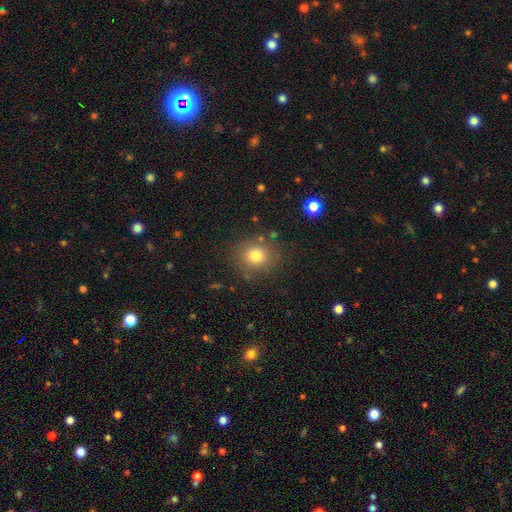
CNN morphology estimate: Overall: smooth (78%). How rounded: round (78%). Merging: none (83%).